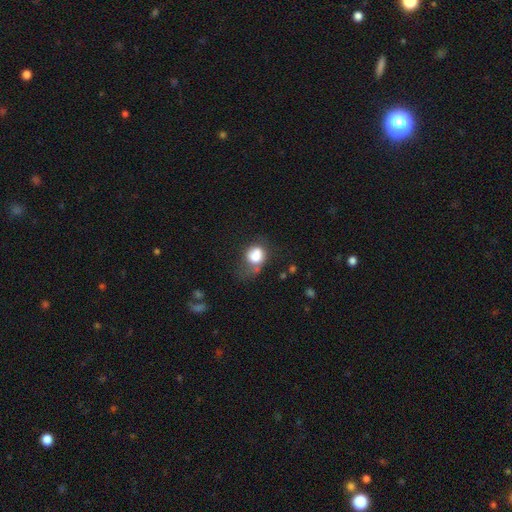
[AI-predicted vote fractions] Smooth or featured? Predicted: smooth (p=0.77). How rounded? Predicted: round (p=0.53). Merging? Predicted: major disturbance (p=0.31).